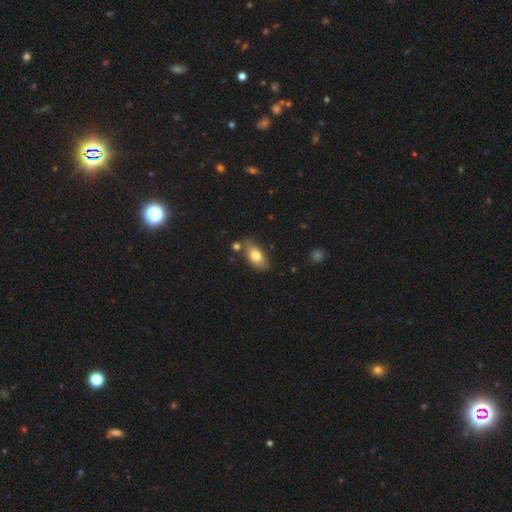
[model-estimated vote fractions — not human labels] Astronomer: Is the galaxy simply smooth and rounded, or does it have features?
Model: smooth — 75%.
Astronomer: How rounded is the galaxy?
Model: in between — 87%.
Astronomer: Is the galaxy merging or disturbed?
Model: none — 73%.